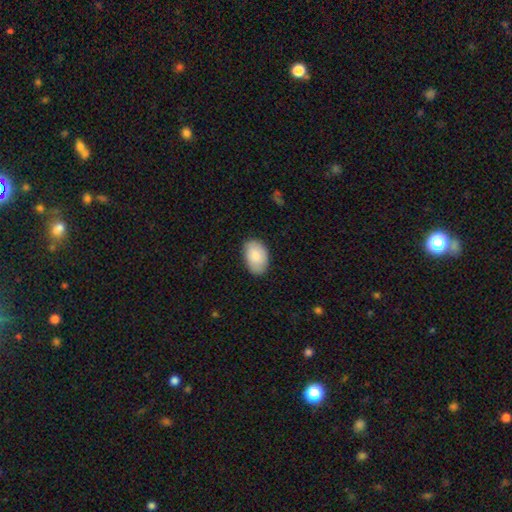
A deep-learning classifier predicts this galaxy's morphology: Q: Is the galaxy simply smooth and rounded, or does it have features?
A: smooth — 85%.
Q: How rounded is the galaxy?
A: in between — 90%.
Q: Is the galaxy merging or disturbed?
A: none — 82%.